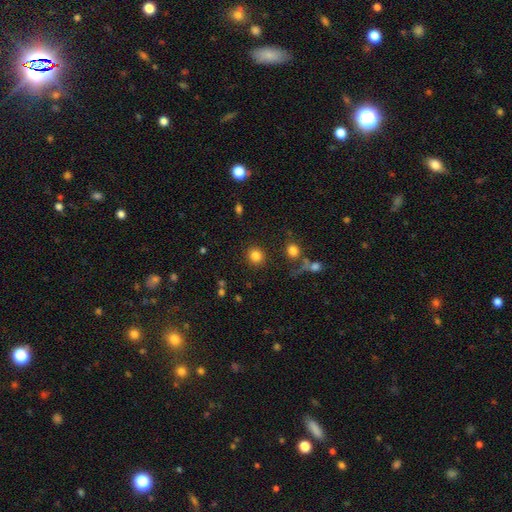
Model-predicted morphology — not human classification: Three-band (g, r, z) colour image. It shows a smooth galaxy with no disk features (83%) that is round (90%). Merging: none (88%).